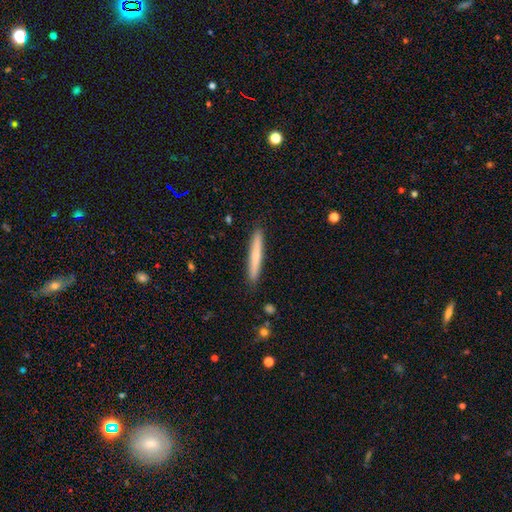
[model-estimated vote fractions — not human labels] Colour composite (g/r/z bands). It shows a smooth galaxy with no disk features (69%) that is cigar-shaped (96%). Merging: none (91%).